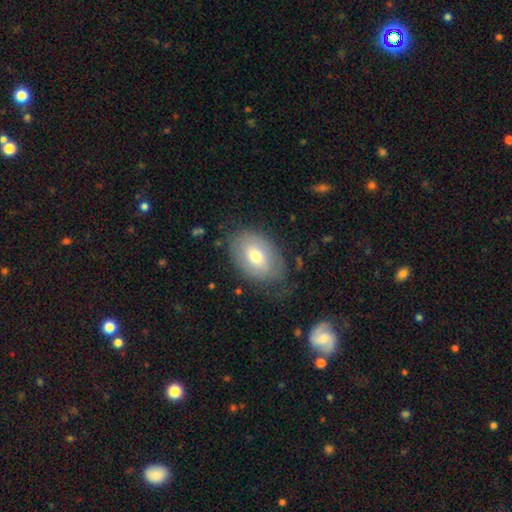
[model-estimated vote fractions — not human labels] smooth-or-featured: smooth: 65% | featured or disk: 27% | star or artifact: 7%
  how-rounded: in between: 83% | round: 16% | cigar-shaped: 1%
  merging: none: 65% | minor disturbance: 22% | major disturbance: 11% | merger: 2%